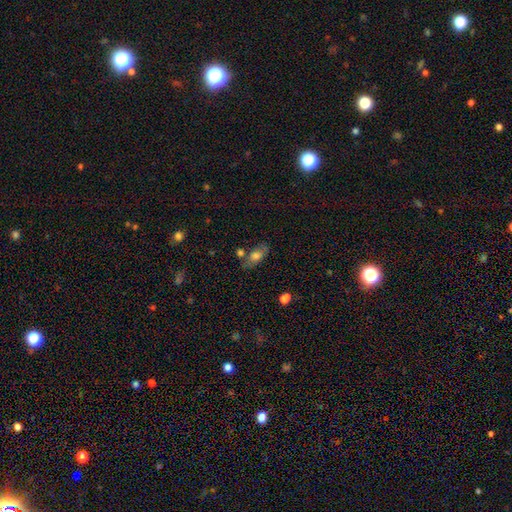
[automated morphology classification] Smooth or featured? smooth (67%)
How rounded? in between (85%)
Merging? none (61%)